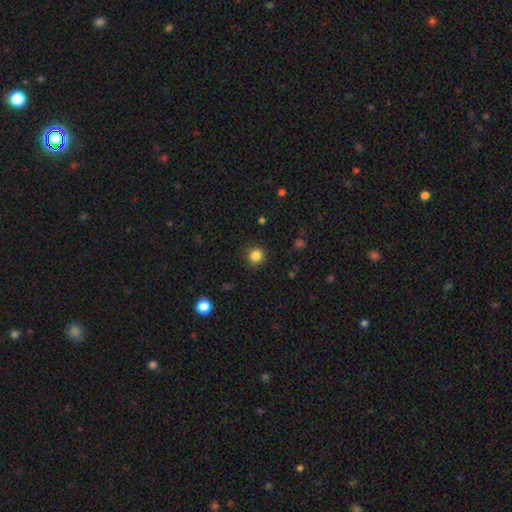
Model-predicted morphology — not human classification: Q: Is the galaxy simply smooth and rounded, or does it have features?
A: smooth — 84%.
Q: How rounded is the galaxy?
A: round — 94%.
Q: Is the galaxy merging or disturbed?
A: none — 89%.